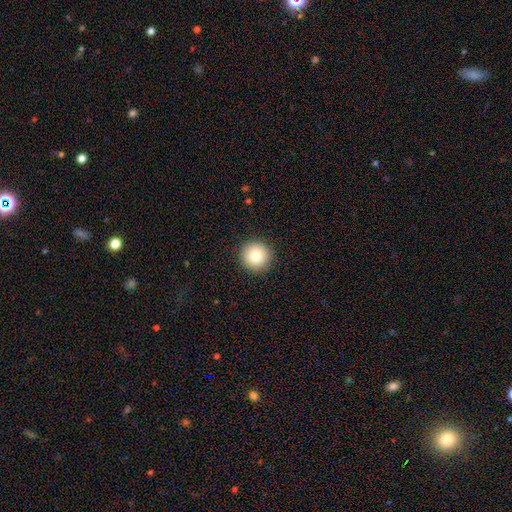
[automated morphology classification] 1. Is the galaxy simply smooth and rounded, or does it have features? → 80% smooth, 10% star or artifact, 10% featured or disk.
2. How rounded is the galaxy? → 96% round, 3% in between, 1% cigar-shaped.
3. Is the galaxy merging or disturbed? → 92% none, 5% minor disturbance, 2% major disturbance, 1% merger.